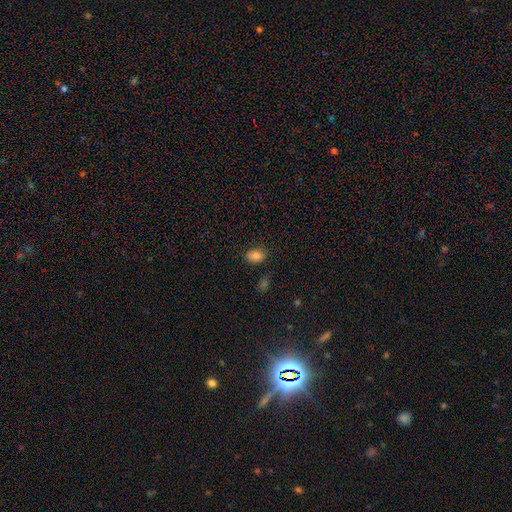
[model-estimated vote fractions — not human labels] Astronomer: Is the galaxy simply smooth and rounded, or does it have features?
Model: smooth — 82%.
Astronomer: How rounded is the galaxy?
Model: in between — 71%.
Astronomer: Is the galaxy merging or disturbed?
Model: none — 82%.